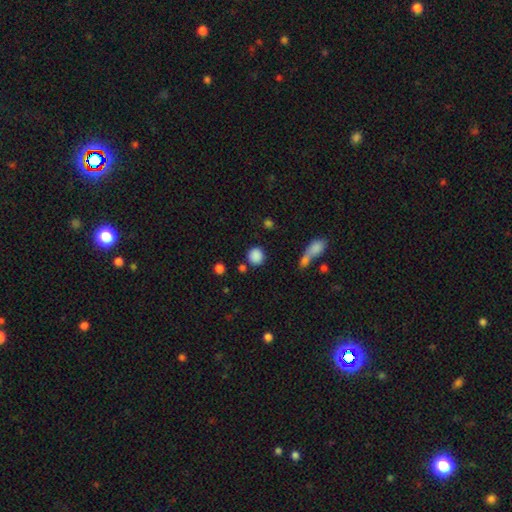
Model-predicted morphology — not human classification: This is clearly a smooth galaxy (86%). How rounded: clearly round (89%). Merging: likely none (79%).